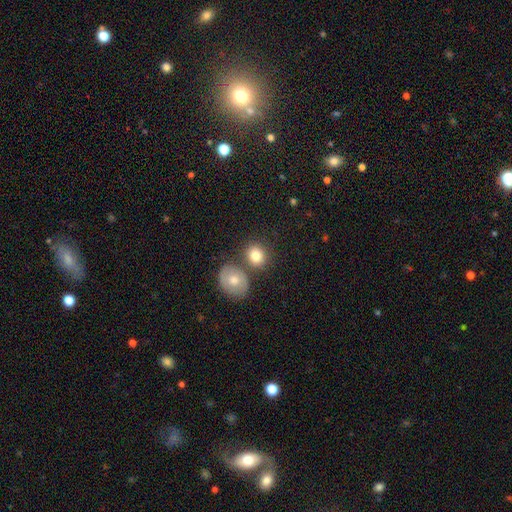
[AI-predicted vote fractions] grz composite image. It shows a smooth galaxy with no disk features (81%) that is round (70%). Merging: none (64%).